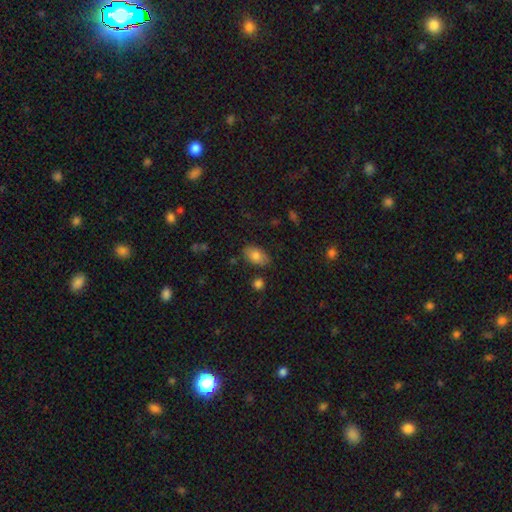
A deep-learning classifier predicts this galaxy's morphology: A smooth galaxy with no disk features (81%) that is in between round and cigar-shaped (91%). Merging: none (79%).